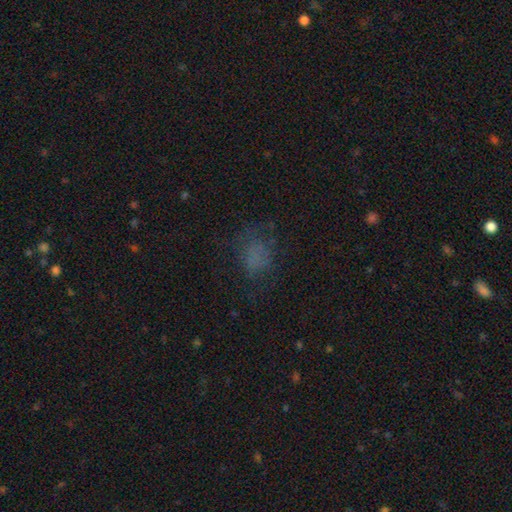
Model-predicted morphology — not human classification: smooth_or_featured: smooth (p=0.62) [alt: star or artifact p=0.24]
how_rounded: in between (p=0.53) [alt: round p=0.45]
merging: none (p=0.59) [alt: minor disturbance p=0.21]